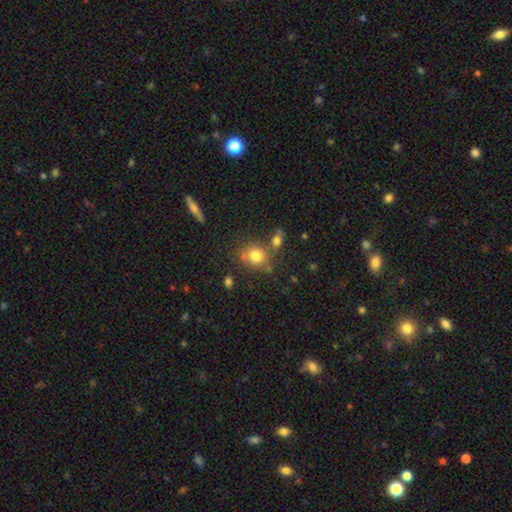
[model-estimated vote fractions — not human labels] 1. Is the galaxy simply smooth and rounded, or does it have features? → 78% smooth, 11% featured or disk, 11% star or artifact.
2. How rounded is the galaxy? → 72% round, 26% in between, 1% cigar-shaped.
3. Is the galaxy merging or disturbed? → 61% none, 17% merger, 16% minor disturbance, 6% major disturbance.